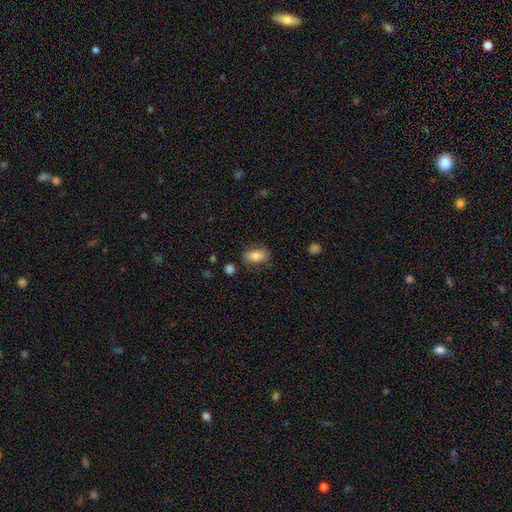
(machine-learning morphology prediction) A smooth galaxy with no disk features (80%) that is in between round and cigar-shaped (87%).

Vote fractions:
- Smooth or featured? smooth: 80% / featured or disk: 12% / star or artifact: 8%
- How rounded? in between: 87% / round: 8% / cigar-shaped: 5%
- Merging? none: 74% / minor disturbance: 18% / major disturbance: 6% / merger: 3%